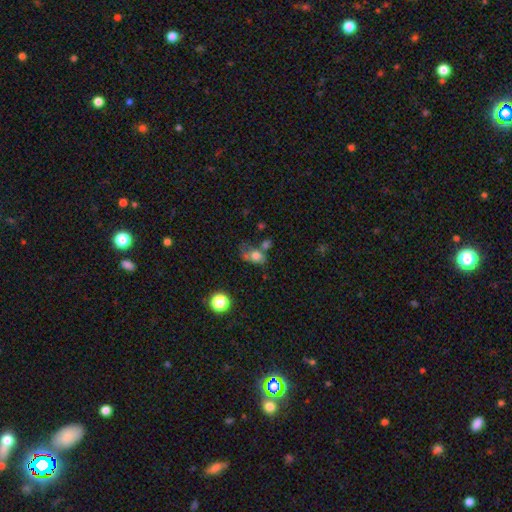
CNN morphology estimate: smooth-or-featured: smooth: 66% | featured or disk: 21% | star or artifact: 13%
  how-rounded: in between: 61% | round: 37% | cigar-shaped: 2%
  merging: none: 33% | merger: 26% | minor disturbance: 22% | major disturbance: 20%